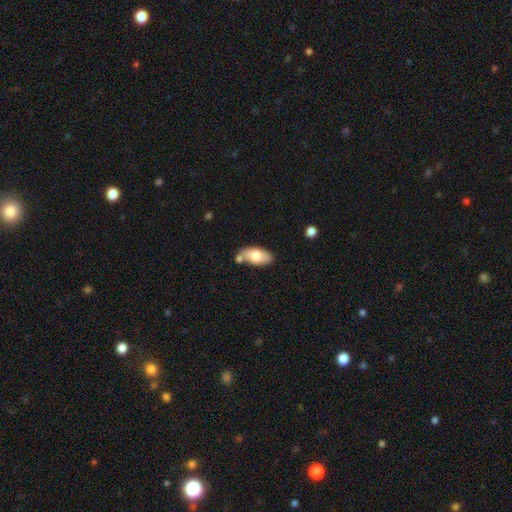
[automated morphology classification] A smooth galaxy with no disk features (77%) that is in between round and cigar-shaped (92%).

Vote fractions:
- Smooth or featured? smooth: 77% / featured or disk: 17% / star or artifact: 6%
- How rounded? in between: 92% / cigar-shaped: 6% / round: 2%
- Merging? none: 64% / minor disturbance: 17% / merger: 16% / major disturbance: 4%